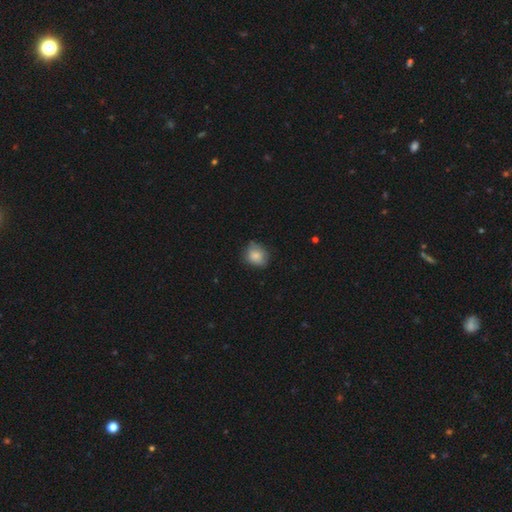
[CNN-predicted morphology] This appears to be a smooth galaxy with no disk features (83%) that is round (65%). Merging: none (69%).